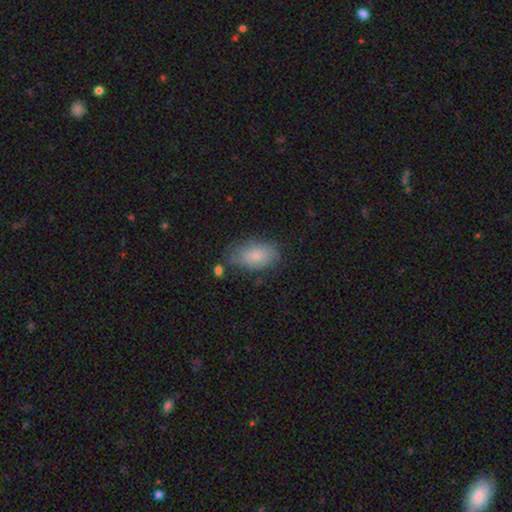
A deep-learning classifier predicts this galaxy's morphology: Smooth or featured?
  - smooth: 75% *
  - featured or disk: 18%
  - star or artifact: 7%
How rounded?
  - in between: 92% *
  - round: 6%
  - cigar-shaped: 3%
Merging?
  - none: 64% *
  - minor disturbance: 24%
  - major disturbance: 7%
  - merger: 5%